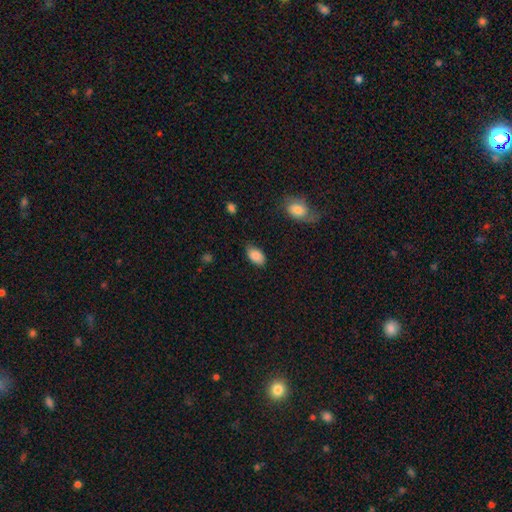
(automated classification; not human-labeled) This is clearly a smooth galaxy (88%). How rounded: clearly in between (93%). Merging: likely none (77%).